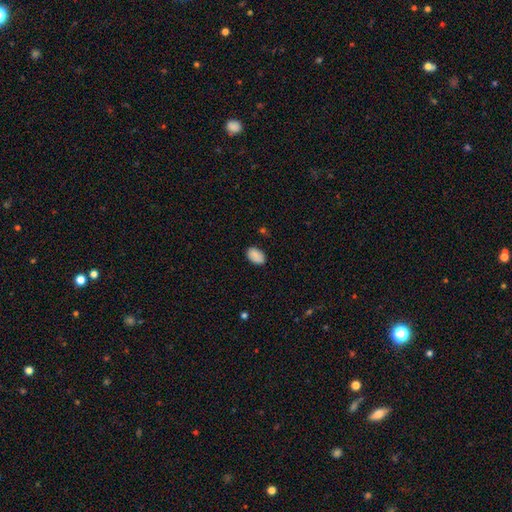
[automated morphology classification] Smooth or featured: smooth — 88% (star or artifact — 7%)
How rounded: in between — 90% (round — 9%)
Merging: none — 83% (minor disturbance — 13%)